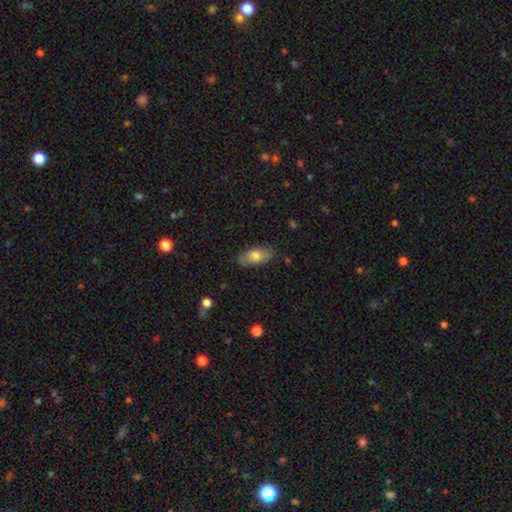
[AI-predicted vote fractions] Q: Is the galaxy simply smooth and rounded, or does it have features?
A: smooth — 74%.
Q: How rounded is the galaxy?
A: in between — 85%.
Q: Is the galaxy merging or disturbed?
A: none — 80%.